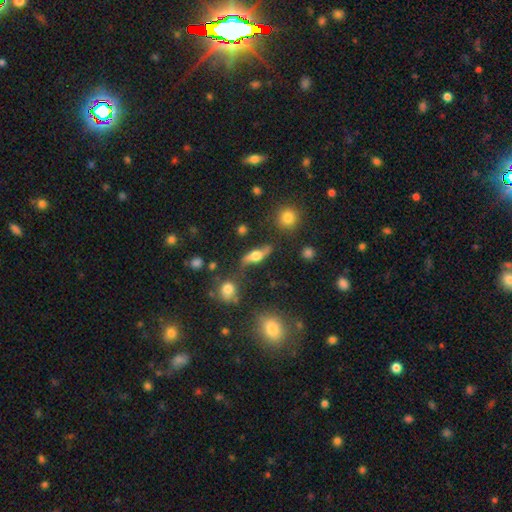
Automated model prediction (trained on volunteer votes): Smooth or featured? featured or disk (59%)
Edge-on disk? yes (60%)
Merging? none (66%)